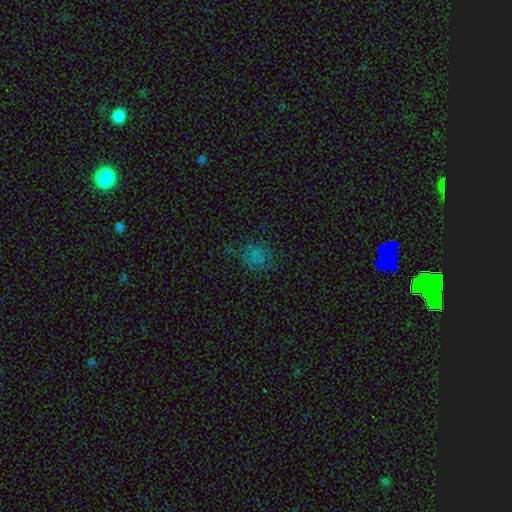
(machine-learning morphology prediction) Smooth or featured: smooth — 72% (star or artifact — 22%)
How rounded: round — 79% (in between — 20%)
Merging: none — 79% (minor disturbance — 15%)